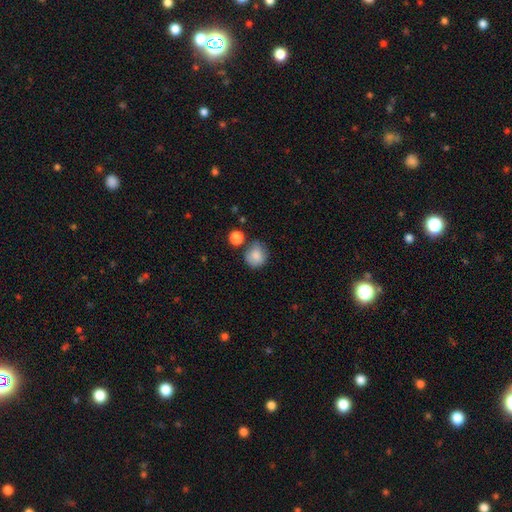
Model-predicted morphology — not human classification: Smooth or featured?
  - smooth: 84% *
  - star or artifact: 8%
  - featured or disk: 7%
How rounded?
  - round: 81% *
  - in between: 18%
  - cigar-shaped: 1%
Merging?
  - none: 65% *
  - minor disturbance: 20%
  - merger: 9%
  - major disturbance: 6%